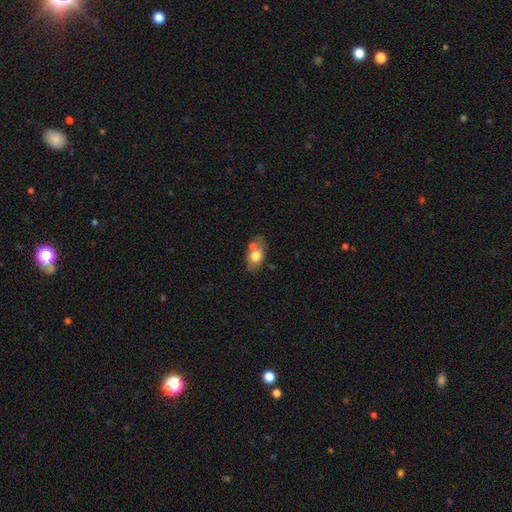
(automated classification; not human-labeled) A smooth galaxy with no disk features (69%) that is in between round and cigar-shaped (82%).

Vote fractions:
- Smooth or featured? smooth: 69% / featured or disk: 23% / star or artifact: 8%
- How rounded? in between: 82% / round: 15% / cigar-shaped: 3%
- Merging? none: 48% / merger: 30% / minor disturbance: 17% / major disturbance: 6%